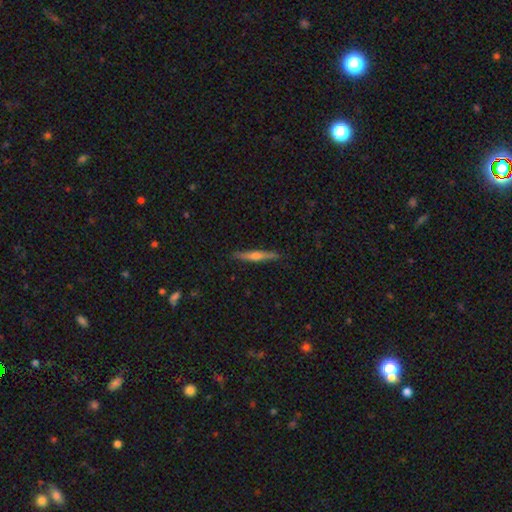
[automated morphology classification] This is likely a featured or disk galaxy (64%). It is clearly viewed edge-on (97%). Edge-on bulge: clearly rounded (87%). Merging: clearly none (90%).